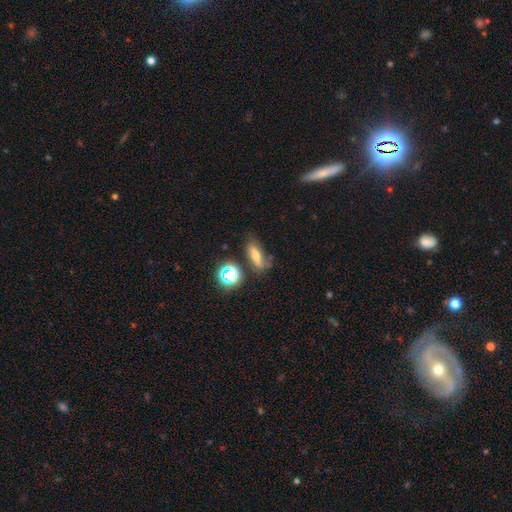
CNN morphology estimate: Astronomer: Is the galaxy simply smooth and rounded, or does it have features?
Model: smooth — 54%.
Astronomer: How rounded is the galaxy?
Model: in between — 51% (runner-up: cigar-shaped, 36%).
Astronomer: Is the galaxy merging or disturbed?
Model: none — 64%.